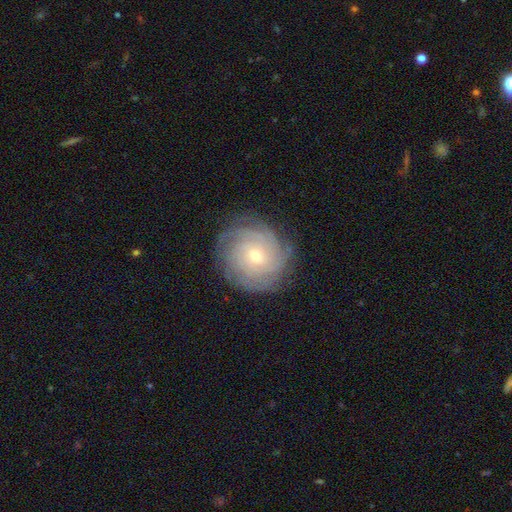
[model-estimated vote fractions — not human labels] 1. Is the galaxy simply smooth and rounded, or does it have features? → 77% featured or disk, 14% smooth, 8% star or artifact.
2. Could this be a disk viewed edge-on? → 97% no, 3% yes.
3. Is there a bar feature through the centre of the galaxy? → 62% no, 32% weak, 6% strong.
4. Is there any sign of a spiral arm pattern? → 95% yes, 5% no.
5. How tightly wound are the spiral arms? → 80% tight, 16% medium, 4% loose.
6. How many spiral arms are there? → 39% can't tell, 19% 4, 14% 3, 13% more than 4, 9% 2, 6% 1.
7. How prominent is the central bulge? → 61% small, 36% moderate, 2% large, 1% none, 1% dominant.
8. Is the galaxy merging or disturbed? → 83% none, 12% minor disturbance, 4% major disturbance, 1% merger.